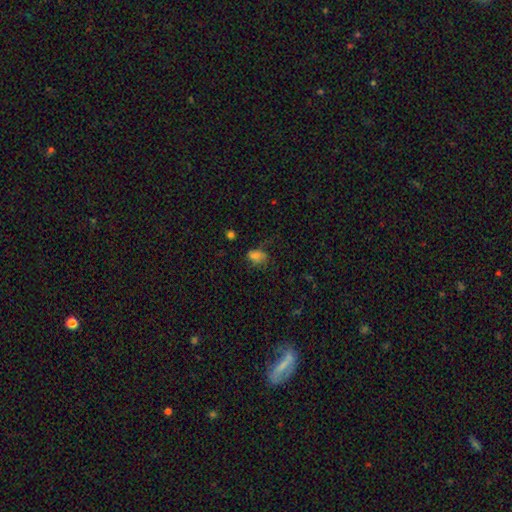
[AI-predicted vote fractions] Smooth or featured?
  - smooth: 73% *
  - featured or disk: 14%
  - star or artifact: 13%
How rounded?
  - in between: 79% *
  - round: 19%
  - cigar-shaped: 2%
Merging?
  - none: 47% *
  - minor disturbance: 30%
  - major disturbance: 20%
  - merger: 3%